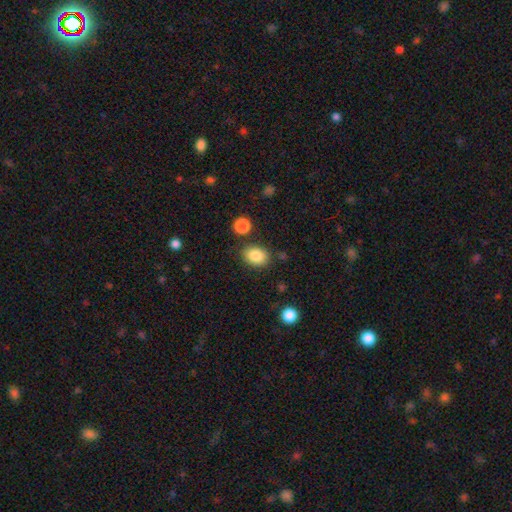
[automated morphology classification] smooth 85%, star or artifact 9%, featured or disk 6%. Down the decision tree: how rounded — in between (71%); merging — none (81%).